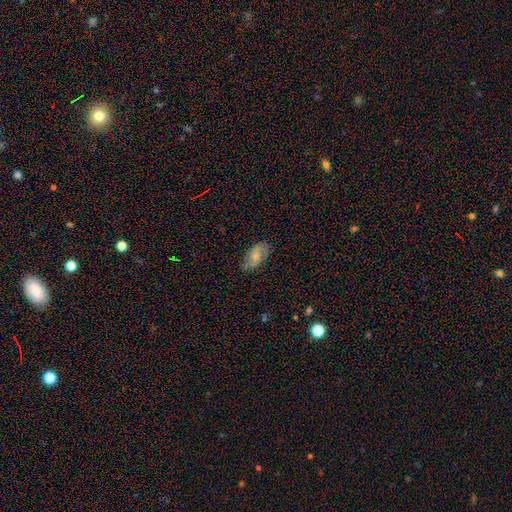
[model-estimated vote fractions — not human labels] Smooth or featured? smooth (57%)
How rounded? in between (92%)
Merging? none (68%)